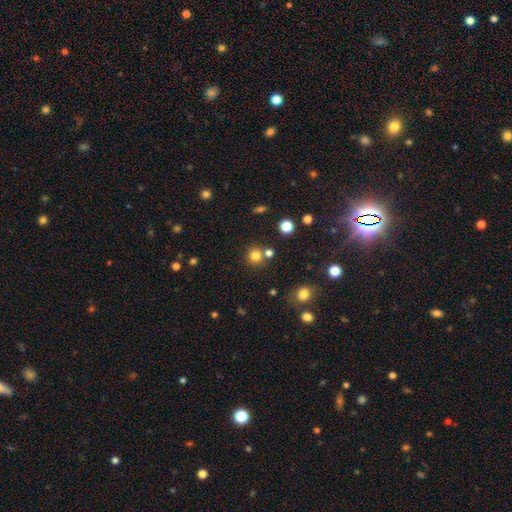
smooth_or_featured: smooth (p=0.82) [alt: star or artifact p=0.12]
how_rounded: round (p=0.91) [alt: in between p=0.06]
merging: none (p=0.83) [alt: major disturbance p=0.09]